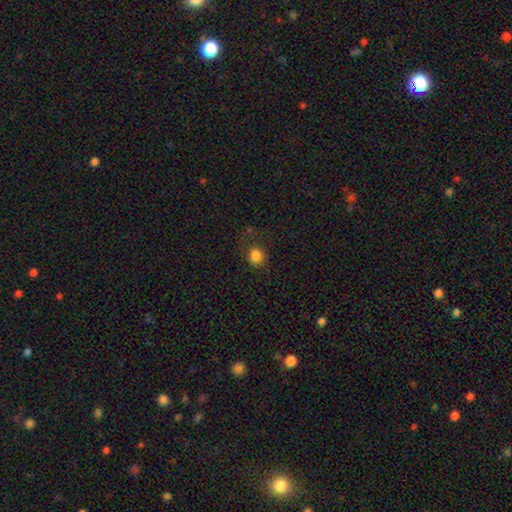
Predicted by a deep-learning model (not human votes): This is clearly a smooth galaxy (83%). How rounded: likely round (67%). Merging: likely none (68%).